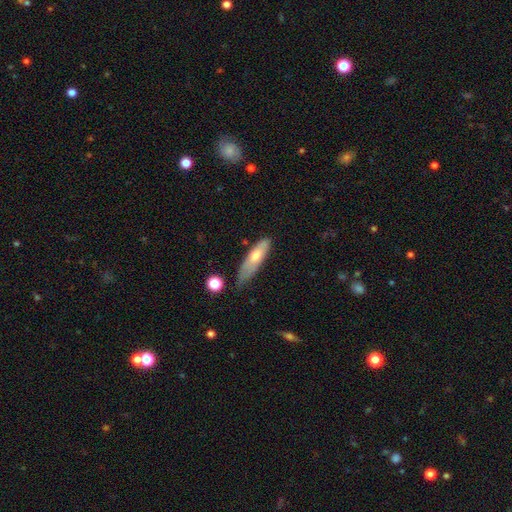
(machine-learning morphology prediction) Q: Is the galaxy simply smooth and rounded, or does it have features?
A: smooth — 62%.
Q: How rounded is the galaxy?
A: cigar-shaped — 66%.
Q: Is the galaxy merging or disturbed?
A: none — 50%.